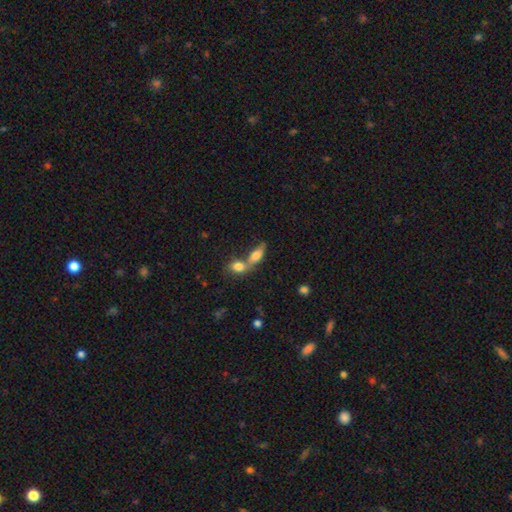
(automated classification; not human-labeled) The model was most divided on "merging": merger: 63%, none: 24%, minor disturbance: 8%, major disturbance: 5%. More confident: how rounded — in between (75%); smooth or featured — smooth (73%).